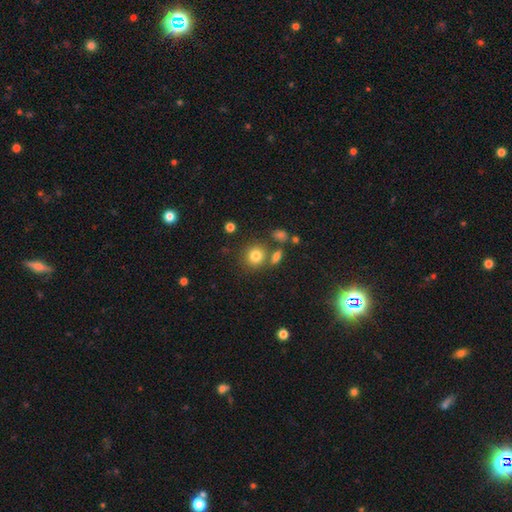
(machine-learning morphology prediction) A smooth galaxy with no disk features (80%) that is round (85%).

Vote fractions:
- Smooth or featured? smooth: 80% / star or artifact: 12% / featured or disk: 8%
- How rounded? round: 85% / in between: 14% / cigar-shaped: 1%
- Merging? none: 71% / merger: 15% / minor disturbance: 10% / major disturbance: 4%